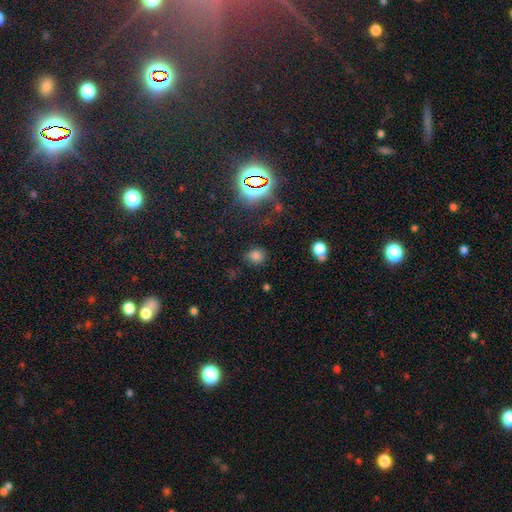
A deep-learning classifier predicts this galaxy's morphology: Q: Smooth or featured?
A: smooth (70%); runner-up: star or artifact (24%)
Q: How rounded?
A: round (70%); runner-up: in between (28%)
Q: Merging?
A: none (79%); runner-up: minor disturbance (14%)